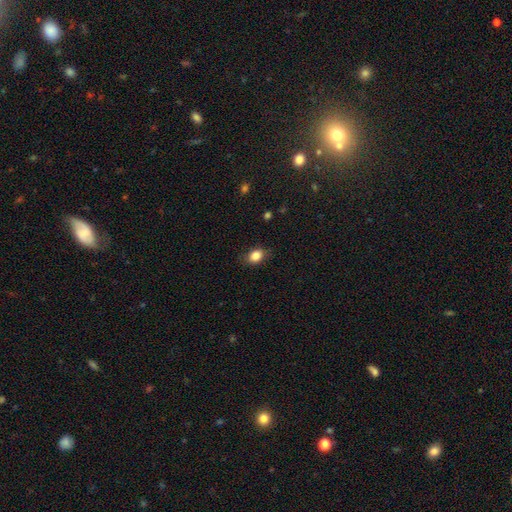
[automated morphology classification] The model was most divided on "how rounded": in between: 70%, round: 28%, cigar-shaped: 1%. More confident: smooth or featured — smooth (85%); merging — none (81%).